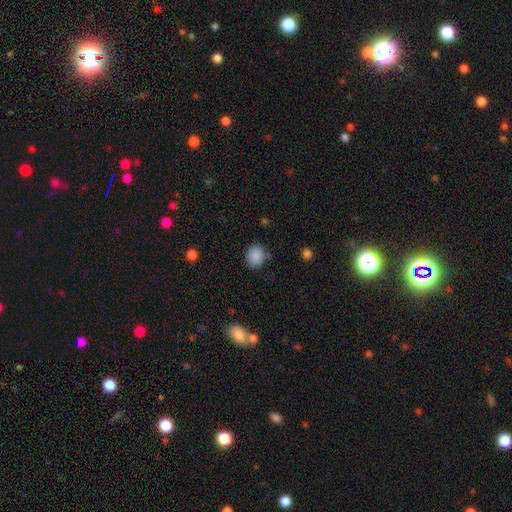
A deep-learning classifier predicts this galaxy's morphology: smooth-or-featured: smooth: 87% | star or artifact: 9% | featured or disk: 4%
  how-rounded: round: 62% | in between: 37% | cigar-shaped: 1%
  merging: none: 78% | minor disturbance: 16% | major disturbance: 4% | merger: 2%